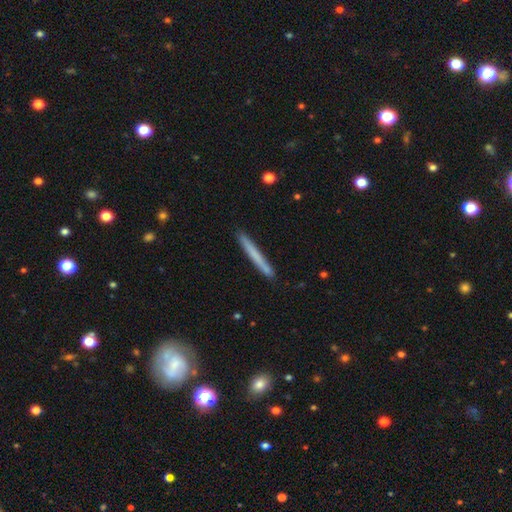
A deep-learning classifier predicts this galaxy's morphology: This appears to be a smooth galaxy with no disk features (65%) that is cigar-shaped (97%). Merging: none (90%).